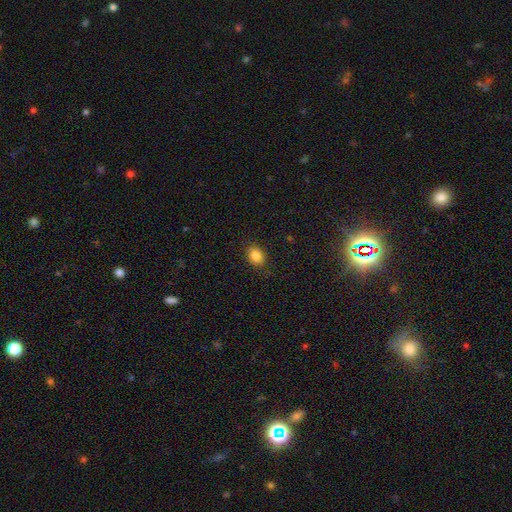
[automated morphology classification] Overall: smooth (86%). How rounded: in between (63%; round 35%). Merging: none (87%).